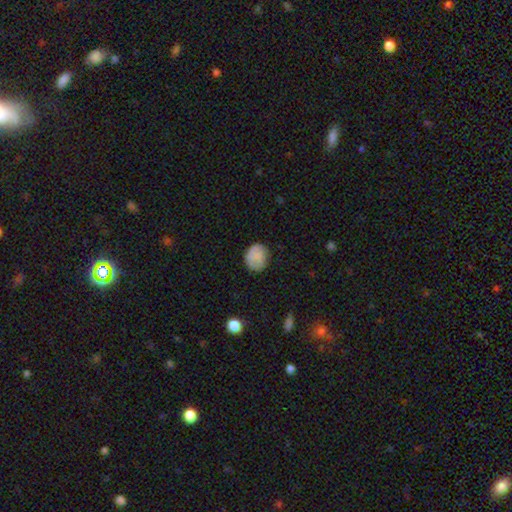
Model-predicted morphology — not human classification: This appears to be a smooth galaxy with no disk features (77%) that is round (69%). Merging: none (76%).